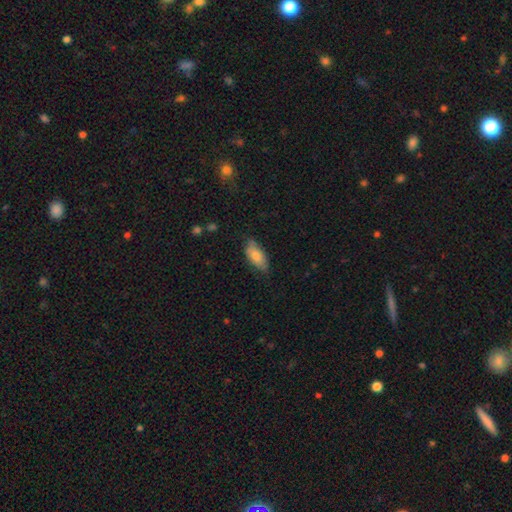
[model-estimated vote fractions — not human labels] Overall: smooth (75%). How rounded: in between (86%). Merging: none (70%).